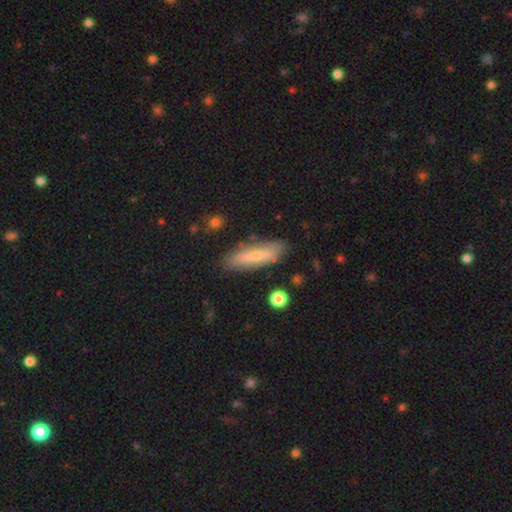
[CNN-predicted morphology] The model was most divided on "smooth or featured": smooth: 56%, featured or disk: 37%, star or artifact: 7%. More confident: merging — none (83%); how rounded — cigar-shaped (65%).